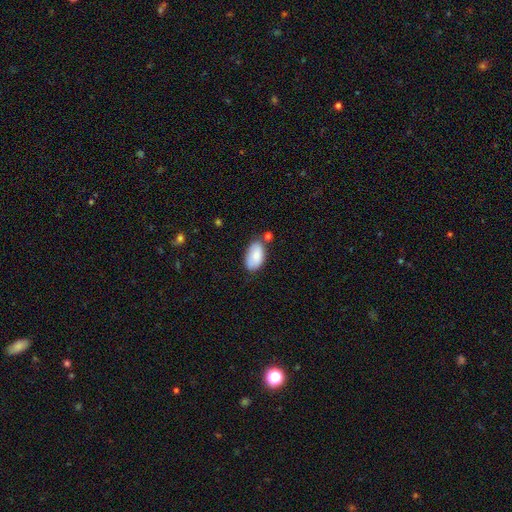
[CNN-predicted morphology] A smooth galaxy with no disk features (78%) that is in between round and cigar-shaped (94%).

Vote fractions:
- Smooth or featured? smooth: 78% / featured or disk: 15% / star or artifact: 7%
- How rounded? in between: 94% / round: 4% / cigar-shaped: 2%
- Merging? none: 65% / minor disturbance: 22% / merger: 8% / major disturbance: 5%